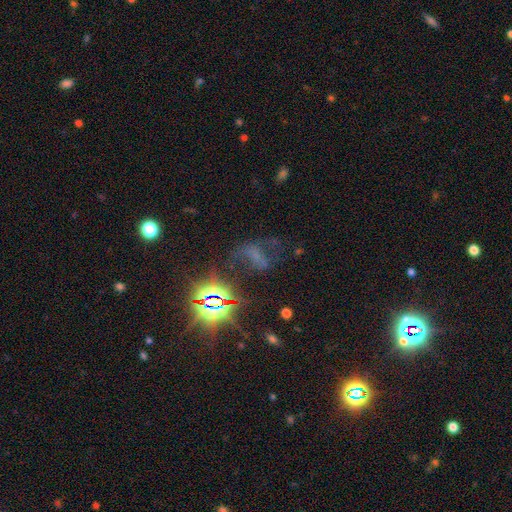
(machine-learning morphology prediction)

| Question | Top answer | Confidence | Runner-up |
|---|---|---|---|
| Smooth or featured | star or artifact | 44% | featured or disk (30%) |